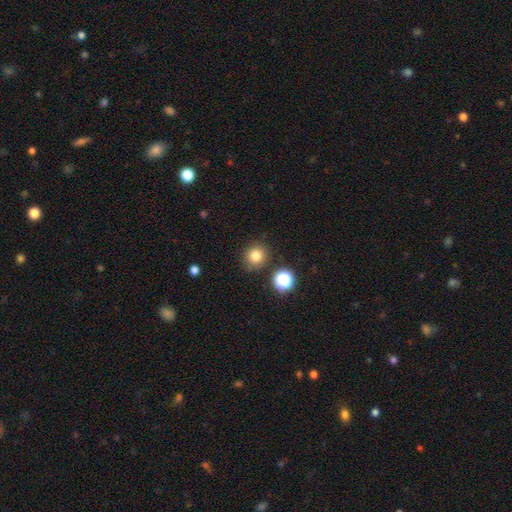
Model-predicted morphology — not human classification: smooth-or-featured: smooth: 80% | star or artifact: 14% | featured or disk: 6%
  how-rounded: round: 90% | in between: 9% | cigar-shaped: 1%
  merging: none: 84% | minor disturbance: 9% | merger: 4% | major disturbance: 3%